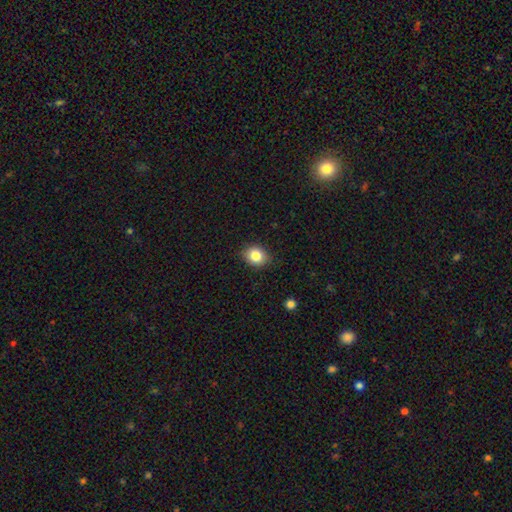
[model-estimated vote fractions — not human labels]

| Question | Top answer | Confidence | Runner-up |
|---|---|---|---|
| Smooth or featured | smooth | 84% | star or artifact (9%) |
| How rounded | round | 54% | in between (45%) |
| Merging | none | 85% | minor disturbance (12%) |